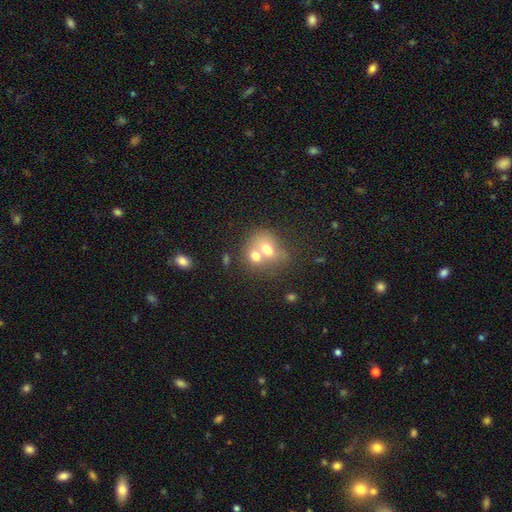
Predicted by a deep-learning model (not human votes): Smooth or featured? Predicted: smooth (p=0.65). How rounded? Predicted: round (p=0.53). Merging? Predicted: merger (p=0.67).